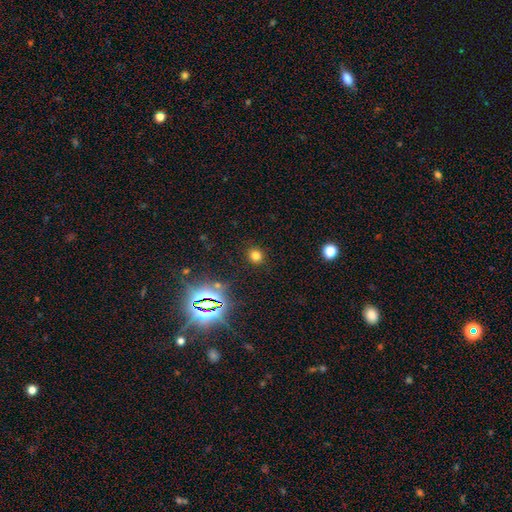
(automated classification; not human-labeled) The model was most divided on "smooth or featured": smooth: 73%, star or artifact: 22%, featured or disk: 6%. More confident: merging — none (89%); how rounded — round (85%).